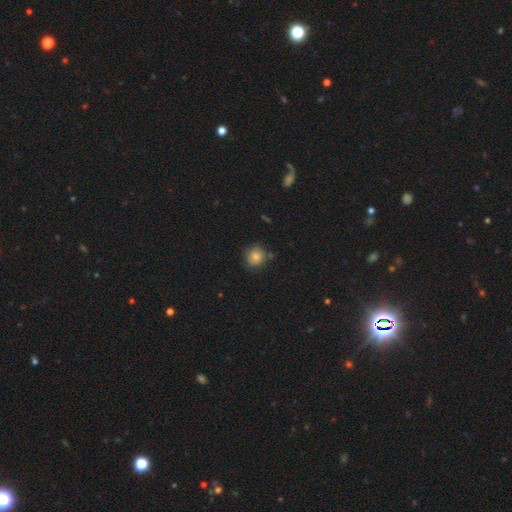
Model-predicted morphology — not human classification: Smooth or featured: smooth — 75% (star or artifact — 13%)
How rounded: round — 89% (in between — 9%)
Merging: none — 78% (minor disturbance — 15%)